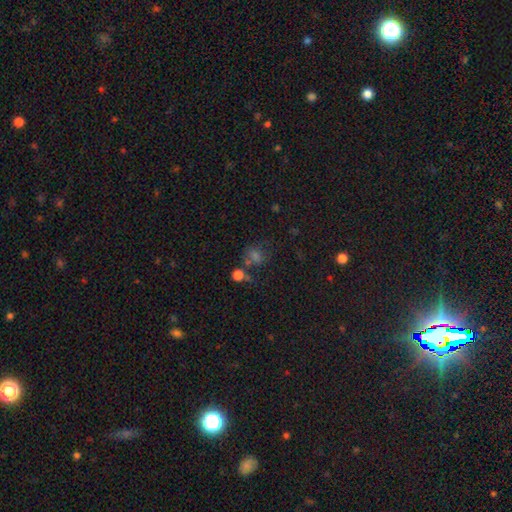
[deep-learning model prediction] smooth 51%, star or artifact 34%, featured or disk 15%. Down the decision tree: how rounded — round (67%); merging — none (53%).